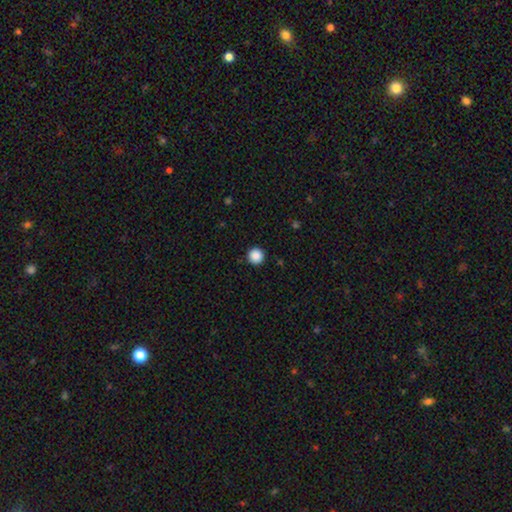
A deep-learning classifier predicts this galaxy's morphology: smooth_or_featured: smooth (p=0.88) [alt: star or artifact p=0.09]
how_rounded: round (p=0.96) [alt: in between p=0.03]
merging: none (p=0.93) [alt: minor disturbance p=0.04]